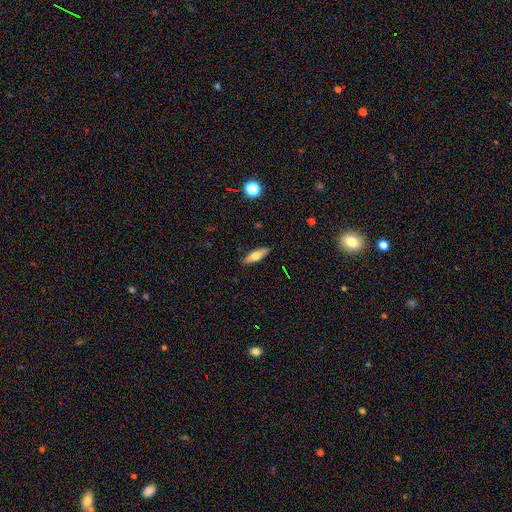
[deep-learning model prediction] Smooth or featured? Predicted: smooth (p=0.62). How rounded? Predicted: cigar-shaped (p=0.53). Merging? Predicted: none (p=0.88).